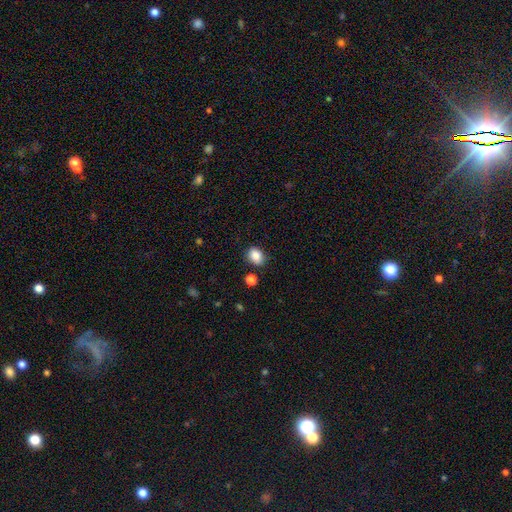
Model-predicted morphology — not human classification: This appears to be a smooth galaxy with no disk features (87%) that is in between round and cigar-shaped (61%). Merging: none (80%).